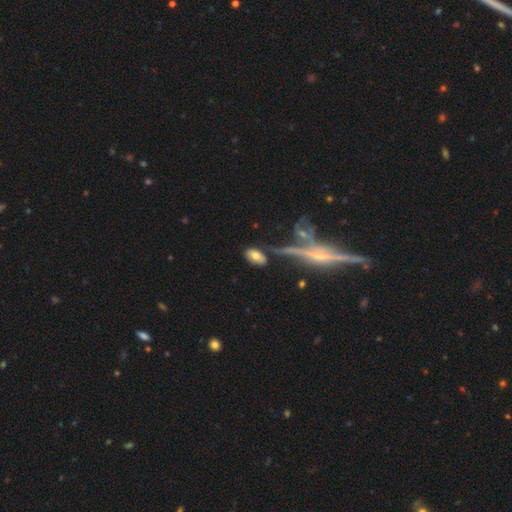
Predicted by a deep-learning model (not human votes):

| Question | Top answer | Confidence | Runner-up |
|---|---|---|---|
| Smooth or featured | smooth | 71% | featured or disk (21%) |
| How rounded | in between | 91% | cigar-shaped (5%) |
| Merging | none | 64% | minor disturbance (17%) |